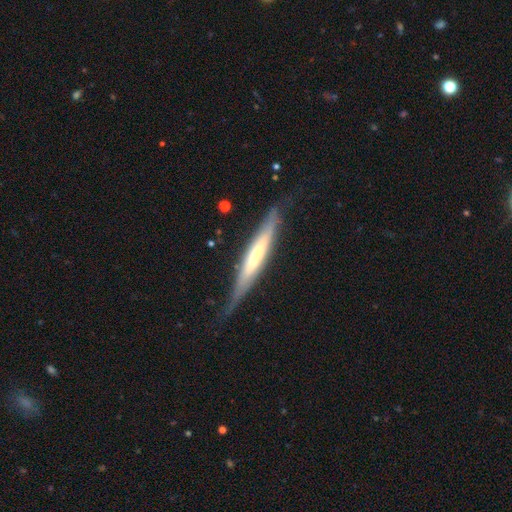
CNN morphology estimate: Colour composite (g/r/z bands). It shows a featured or disk galaxy (60%) viewed edge-on (88%) with no central bulge (52%). Merging: none (72%).